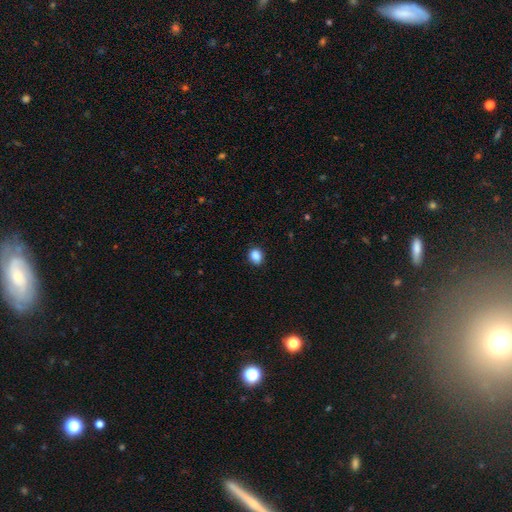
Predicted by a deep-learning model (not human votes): smooth-or-featured: smooth: 88% | star or artifact: 9% | featured or disk: 3%
  how-rounded: round: 53% | in between: 45% | cigar-shaped: 1%
  merging: none: 87% | minor disturbance: 10% | major disturbance: 2% | merger: 1%